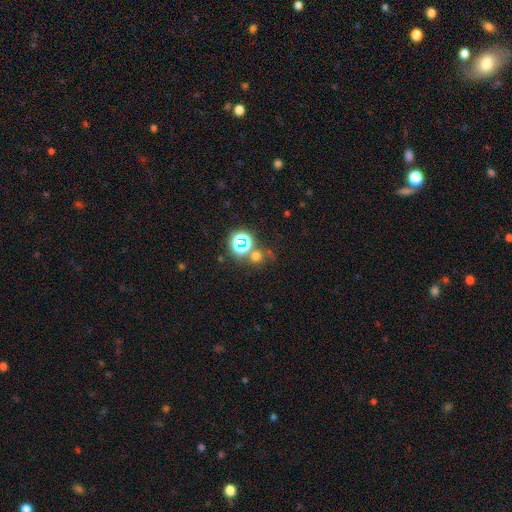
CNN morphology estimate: A smooth galaxy with no disk features (53%) that is round (87%). Merging: none (64%).